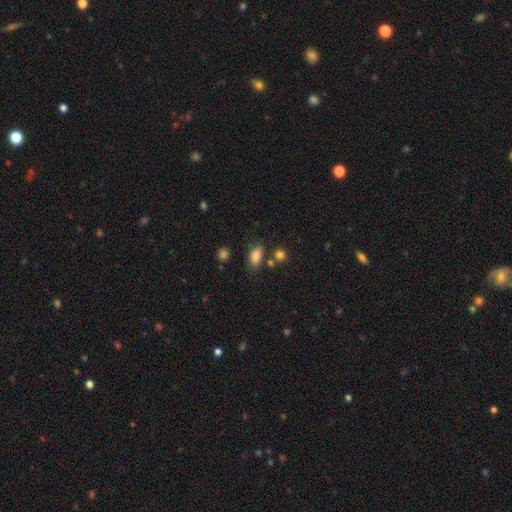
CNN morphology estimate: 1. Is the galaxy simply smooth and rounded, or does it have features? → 85% smooth, 10% star or artifact, 5% featured or disk.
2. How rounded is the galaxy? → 87% in between, 9% round, 4% cigar-shaped.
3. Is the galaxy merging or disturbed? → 70% none, 16% minor disturbance, 9% merger, 5% major disturbance.